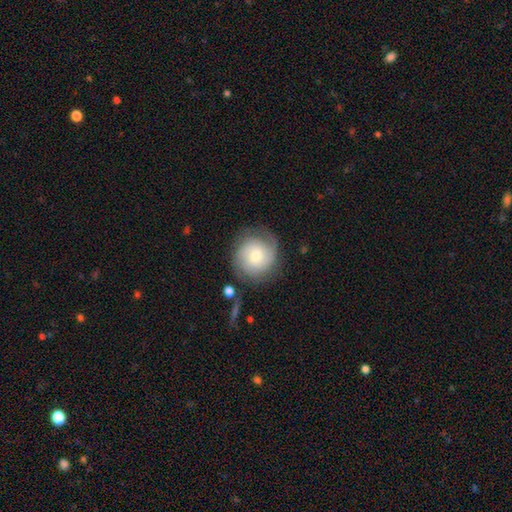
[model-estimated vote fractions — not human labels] A featured or disk galaxy (60%) with no bar (75%), 2 (45%) tight (57%) spiral arms (89%) and a moderate central bulge (54%). Merging: none (74%).